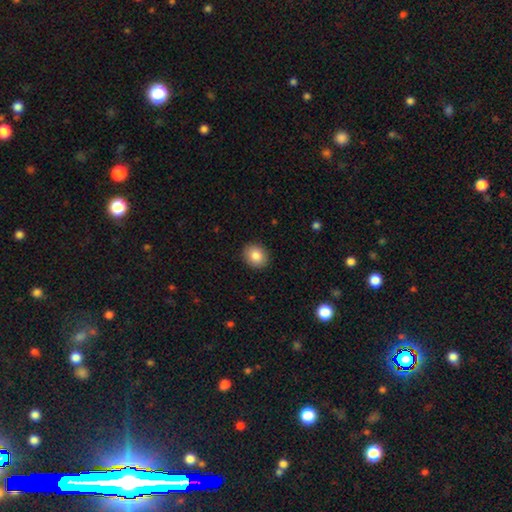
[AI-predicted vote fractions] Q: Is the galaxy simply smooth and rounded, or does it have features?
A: smooth — 85%.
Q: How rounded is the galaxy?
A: round — 66%.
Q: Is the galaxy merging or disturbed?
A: none — 90%.